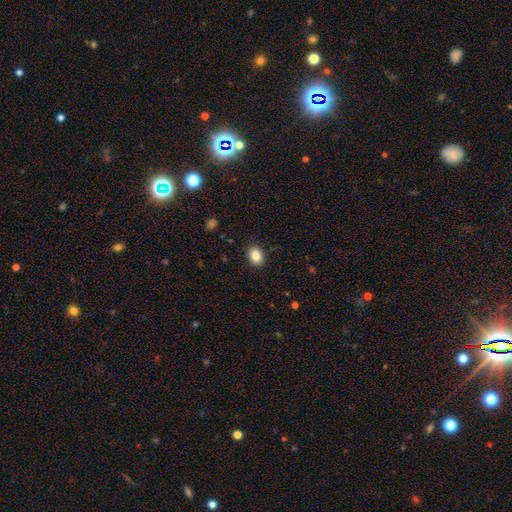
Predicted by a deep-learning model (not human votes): Overall: smooth (86%). How rounded: in between (55%; round 44%). Merging: none (90%).